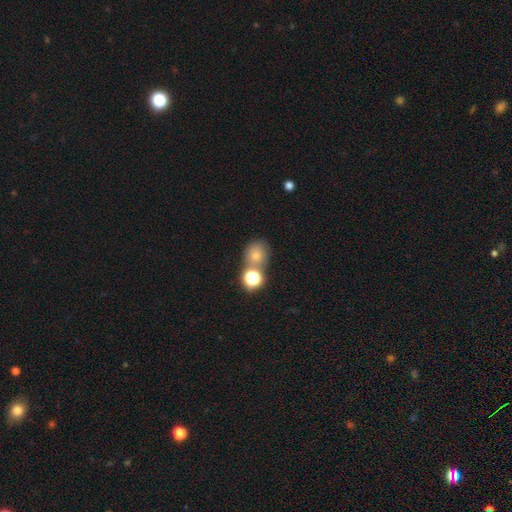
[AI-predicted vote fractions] This is likely a smooth galaxy (72%). How rounded: likely round (70%). Merging: possibly none (55%).